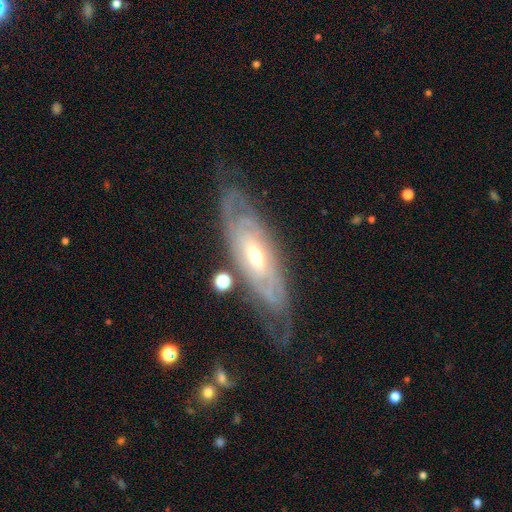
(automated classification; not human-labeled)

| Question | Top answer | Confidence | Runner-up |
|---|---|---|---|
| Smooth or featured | featured or disk | 83% | smooth (12%) |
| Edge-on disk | no | 82% | yes (18%) |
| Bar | no | 57% | weak (32%) |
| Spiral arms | yes | 88% | no (12%) |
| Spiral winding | tight | 74% | medium (20%) |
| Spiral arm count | can't tell | 58% | 2 (19%) |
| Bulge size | moderate | 57% | small (38%) |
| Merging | none | 70% | minor disturbance (19%) |